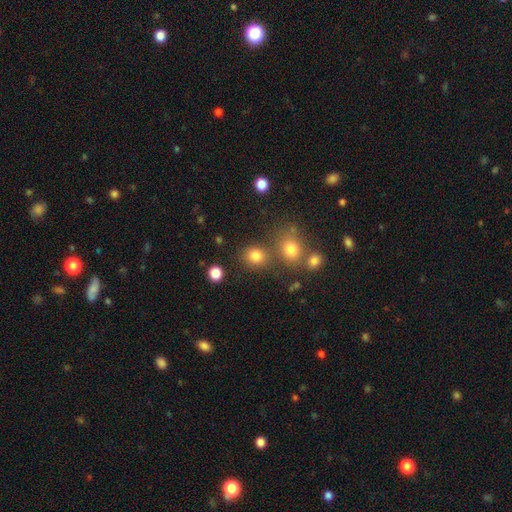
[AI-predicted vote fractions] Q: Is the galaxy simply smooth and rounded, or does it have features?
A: smooth — 80%.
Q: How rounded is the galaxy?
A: round — 76%.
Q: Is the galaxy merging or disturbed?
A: none — 70%.